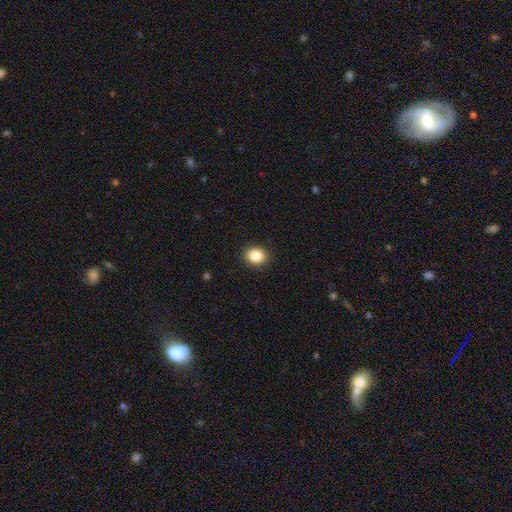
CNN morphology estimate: smooth_or_featured: smooth (p=0.86) [alt: star or artifact p=0.09]
how_rounded: round (p=0.56) [alt: in between p=0.43]
merging: none (p=0.91) [alt: minor disturbance p=0.06]